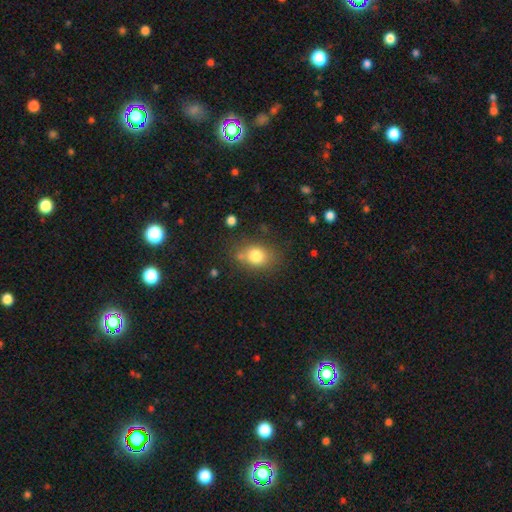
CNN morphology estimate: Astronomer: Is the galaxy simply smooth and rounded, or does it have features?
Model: smooth — 80%.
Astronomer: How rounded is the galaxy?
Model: in between — 56% (runner-up: round, 42%).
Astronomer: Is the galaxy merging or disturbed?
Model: none — 68%.